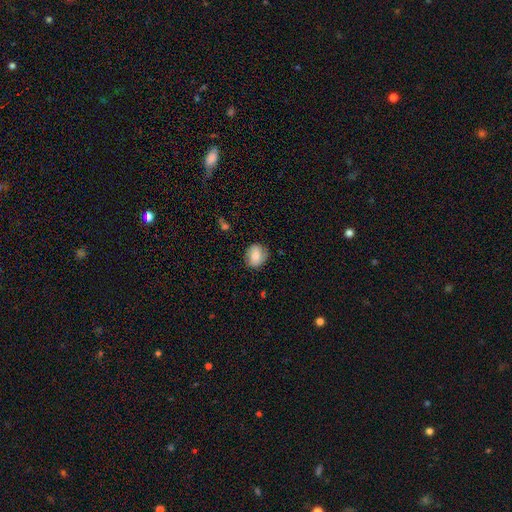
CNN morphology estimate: smooth-or-featured: smooth: 72% | featured or disk: 21% | star or artifact: 8%
  how-rounded: round: 70% | in between: 29% | cigar-shaped: 1%
  merging: none: 83% | minor disturbance: 13% | major disturbance: 3% | merger: 1%